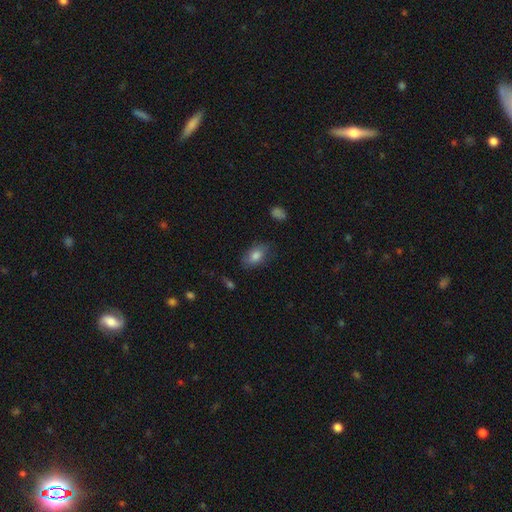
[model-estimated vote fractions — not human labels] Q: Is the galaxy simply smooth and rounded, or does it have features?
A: smooth — 80%.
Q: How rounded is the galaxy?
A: in between — 89%.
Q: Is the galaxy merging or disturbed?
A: none — 76%.